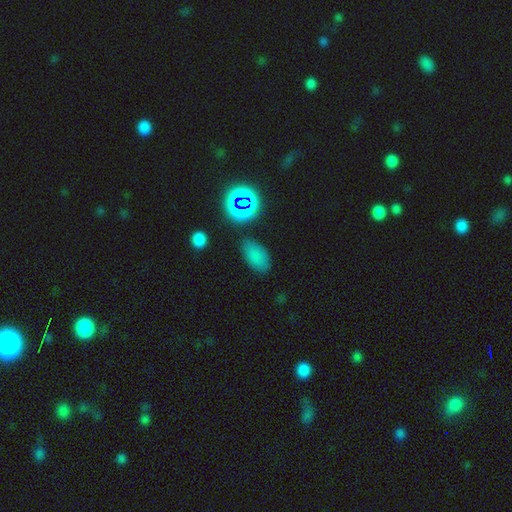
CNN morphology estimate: This is likely a smooth galaxy (74%). How rounded: clearly in between (90%). Merging: likely none (80%).